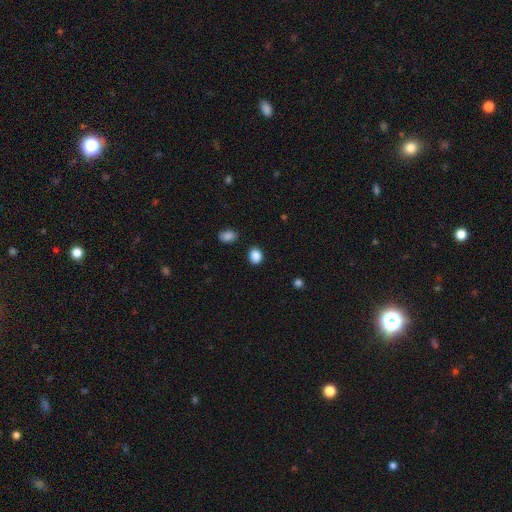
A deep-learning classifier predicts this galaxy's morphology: The model was most divided on "how rounded": in between: 50%, round: 49%, cigar-shaped: 1%. More confident: smooth or featured — smooth (88%); merging — none (86%).